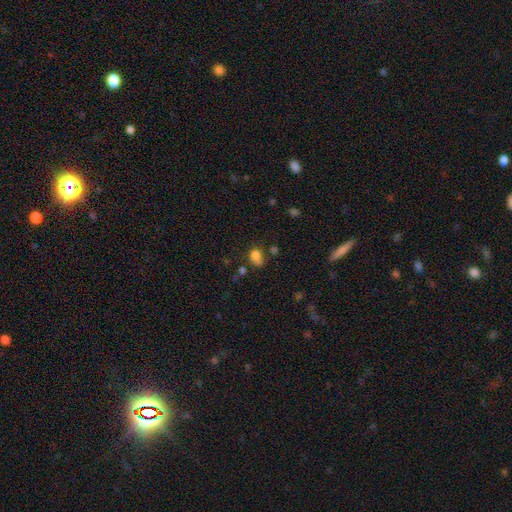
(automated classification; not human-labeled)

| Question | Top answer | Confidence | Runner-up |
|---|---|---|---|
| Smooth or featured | smooth | 78% | star or artifact (13%) |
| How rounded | in between | 62% | round (36%) |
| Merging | none | 44% | minor disturbance (27%) |